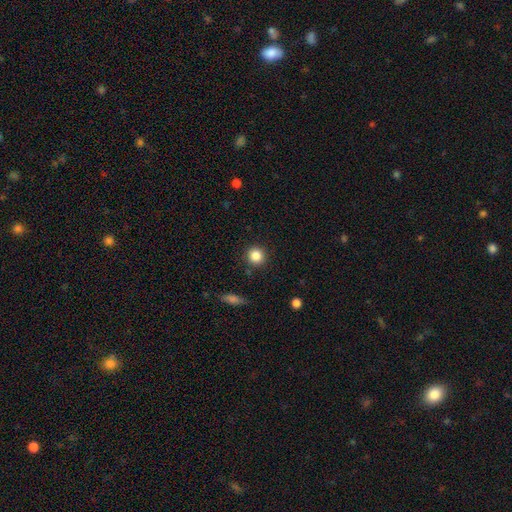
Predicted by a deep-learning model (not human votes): Smooth or featured? smooth (85%)
How rounded? round (92%)
Merging? none (89%)